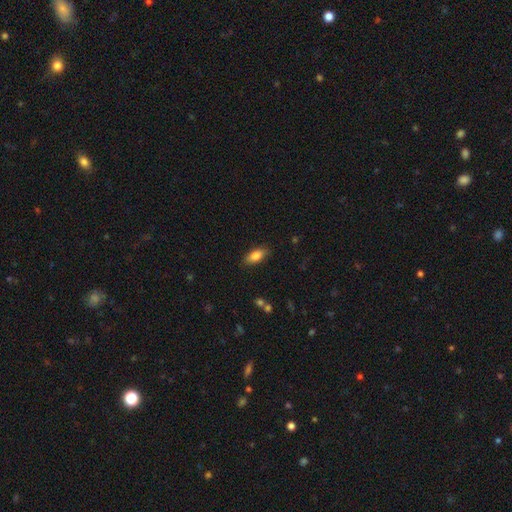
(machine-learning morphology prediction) smooth_or_featured: smooth (p=0.84) [alt: featured or disk p=0.09]
how_rounded: in between (p=0.86) [alt: cigar-shaped p=0.11]
merging: none (p=0.85) [alt: minor disturbance p=0.11]